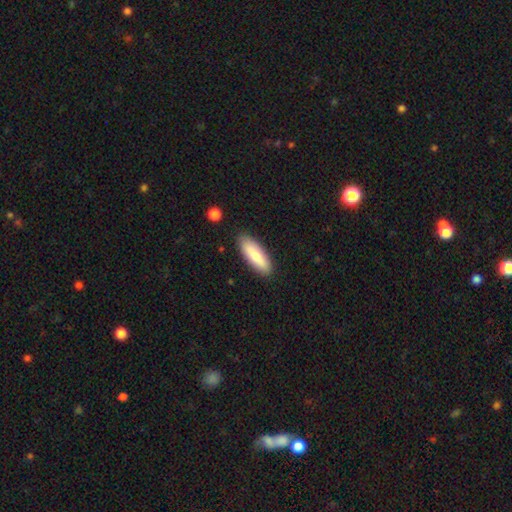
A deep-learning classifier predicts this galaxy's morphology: smooth-or-featured: smooth: 77% | featured or disk: 18% | star or artifact: 5%
  how-rounded: in between: 57% | cigar-shaped: 42% | round: 2%
  merging: none: 87% | minor disturbance: 9% | major disturbance: 2% | merger: 1%